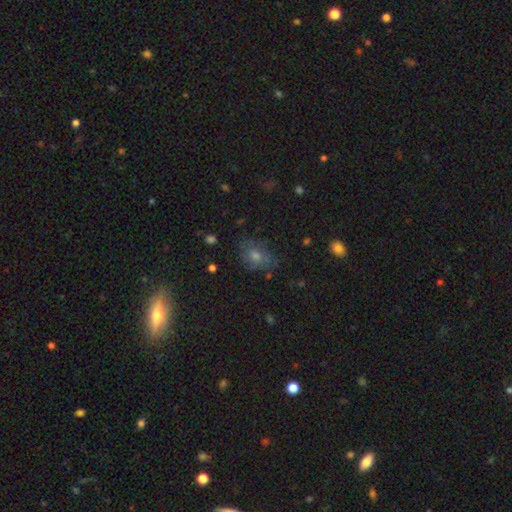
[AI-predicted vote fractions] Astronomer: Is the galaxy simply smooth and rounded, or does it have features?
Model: smooth — 48% (runner-up: featured or disk, 27%).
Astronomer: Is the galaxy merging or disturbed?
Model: none — 70%.